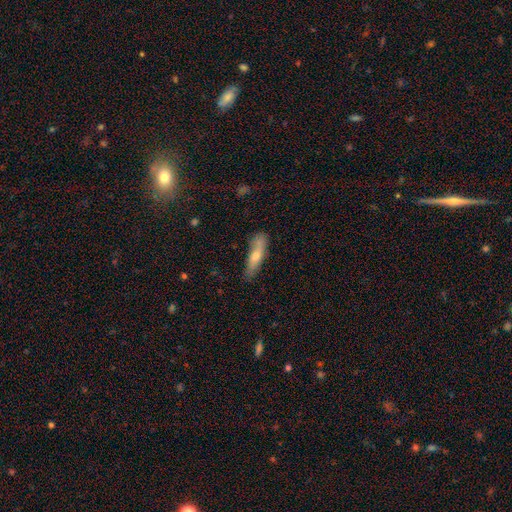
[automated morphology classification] Overall: smooth (61%; featured or disk 32%). How rounded: cigar-shaped (71%). Merging: none (70%).